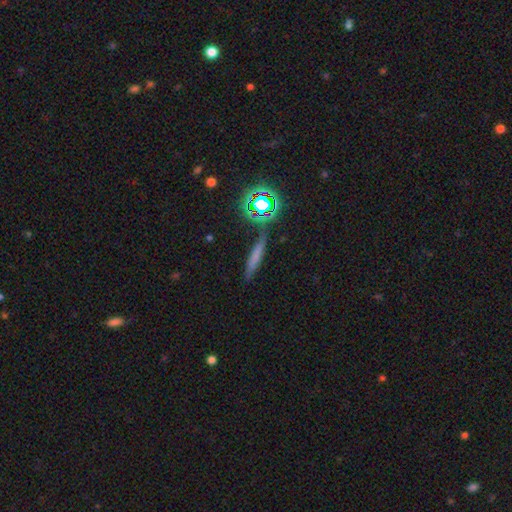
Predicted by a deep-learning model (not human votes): smooth-or-featured: smooth: 58% | featured or disk: 22% | star or artifact: 20%
  how-rounded: cigar-shaped: 84% | in between: 10% | round: 6%
  merging: none: 76% | minor disturbance: 14% | merger: 5% | major disturbance: 5%